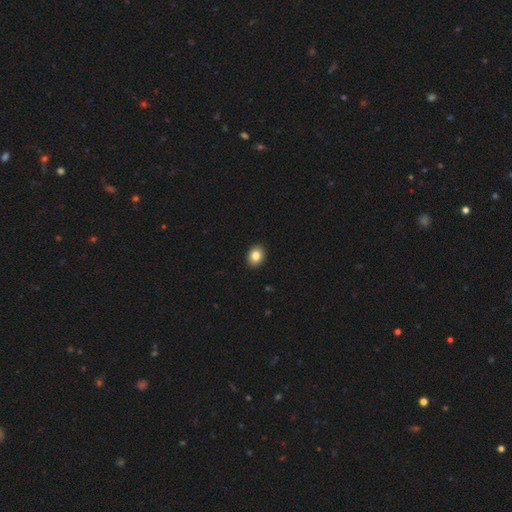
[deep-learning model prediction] Morphology: type=smooth (84%); roundness=in between (50%); merging=none (92%).